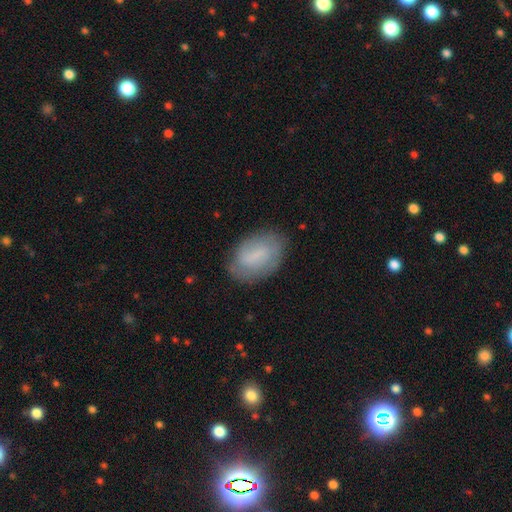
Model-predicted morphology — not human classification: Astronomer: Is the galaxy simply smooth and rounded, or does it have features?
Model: smooth — 57% (runner-up: featured or disk, 36%).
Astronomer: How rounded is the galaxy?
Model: in between — 88%.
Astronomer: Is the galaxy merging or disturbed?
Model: none — 75%.